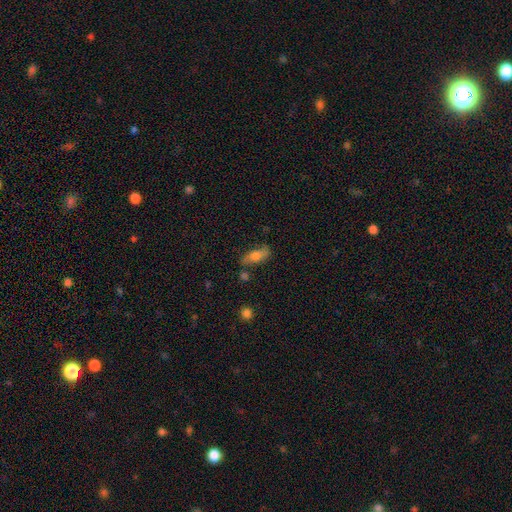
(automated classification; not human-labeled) This is possibly a smooth galaxy (56%). How rounded: likely in between (66%). Merging: likely none (68%).